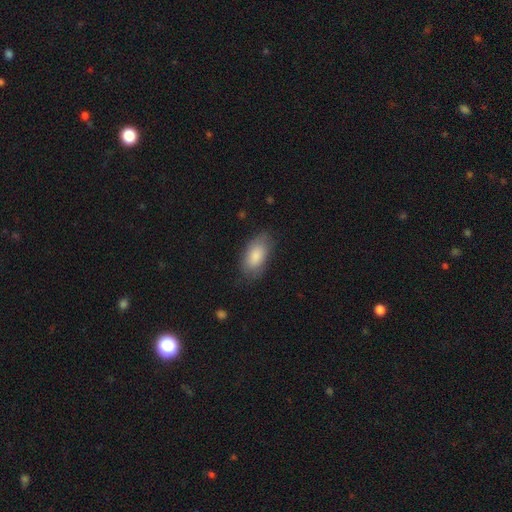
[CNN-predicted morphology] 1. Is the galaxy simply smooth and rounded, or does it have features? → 85% smooth, 9% featured or disk, 6% star or artifact.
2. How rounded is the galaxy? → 93% in between, 4% cigar-shaped, 3% round.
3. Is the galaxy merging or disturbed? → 74% none, 19% minor disturbance, 5% major disturbance, 1% merger.